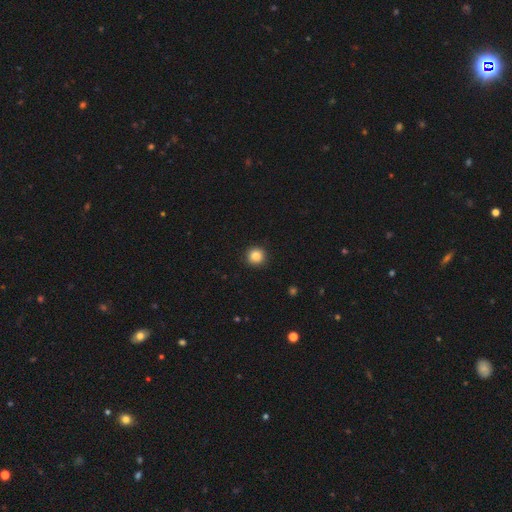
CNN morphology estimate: Q: Smooth or featured?
A: smooth (85%); runner-up: star or artifact (10%)
Q: How rounded?
A: round (95%); runner-up: in between (4%)
Q: Merging?
A: none (92%); runner-up: minor disturbance (5%)